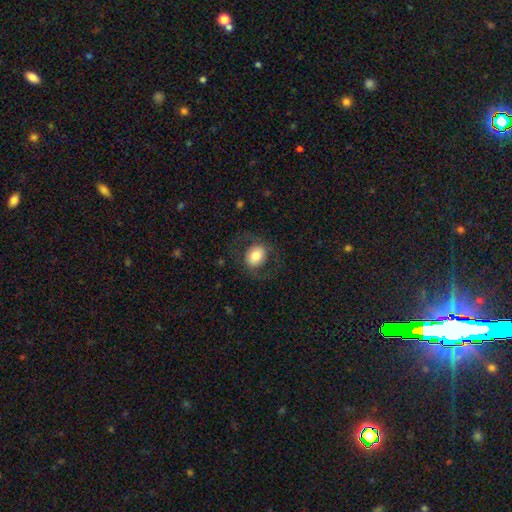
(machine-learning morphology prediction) A smooth galaxy with no disk features (69%) that is round (59%). Merging: none (75%).